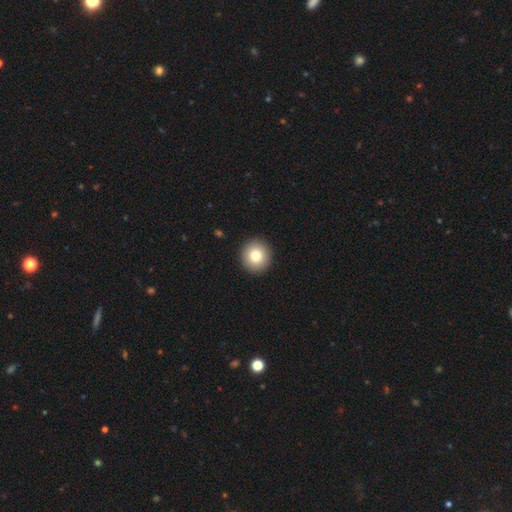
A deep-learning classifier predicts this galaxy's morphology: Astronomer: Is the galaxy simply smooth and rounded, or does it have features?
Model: smooth — 79%.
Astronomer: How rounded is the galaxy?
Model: round — 95%.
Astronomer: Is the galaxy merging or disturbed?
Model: none — 93%.